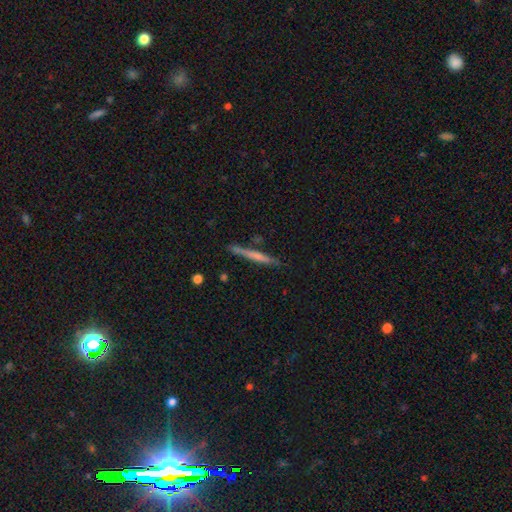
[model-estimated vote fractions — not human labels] A smooth galaxy with no disk features (51%) that is cigar-shaped (96%).

Vote fractions:
- Smooth or featured? smooth: 51% / featured or disk: 43% / star or artifact: 6%
- How rounded? cigar-shaped: 96% / in between: 3% / round: 2%
- Merging? none: 80% / minor disturbance: 13% / merger: 4% / major disturbance: 3%